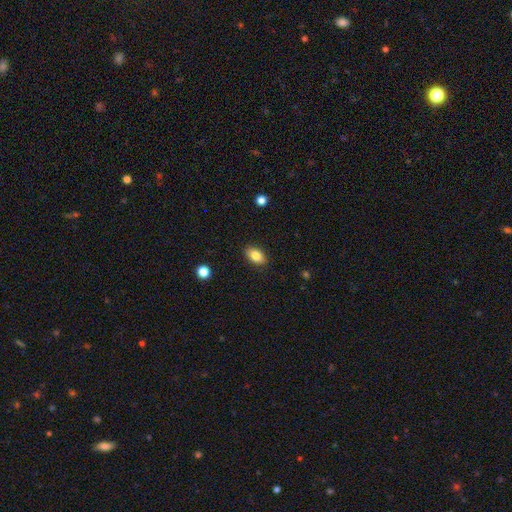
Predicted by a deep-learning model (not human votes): smooth_or_featured: smooth (p=0.83) [alt: featured or disk p=0.08]
how_rounded: in between (p=0.88) [alt: round p=0.10]
merging: none (p=0.88) [alt: minor disturbance p=0.09]